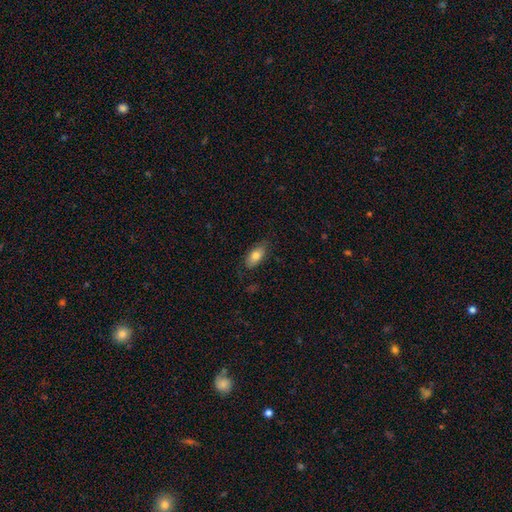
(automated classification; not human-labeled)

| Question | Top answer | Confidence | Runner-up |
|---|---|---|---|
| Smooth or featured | smooth | 77% | featured or disk (16%) |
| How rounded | in between | 88% | cigar-shaped (9%) |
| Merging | none | 80% | minor disturbance (15%) |